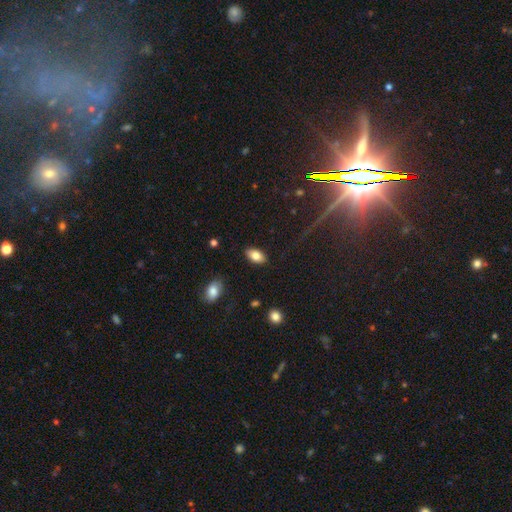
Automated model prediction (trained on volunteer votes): Q: Smooth or featured?
A: smooth (82%); runner-up: featured or disk (11%)
Q: How rounded?
A: in between (93%); runner-up: round (4%)
Q: Merging?
A: none (88%); runner-up: minor disturbance (9%)